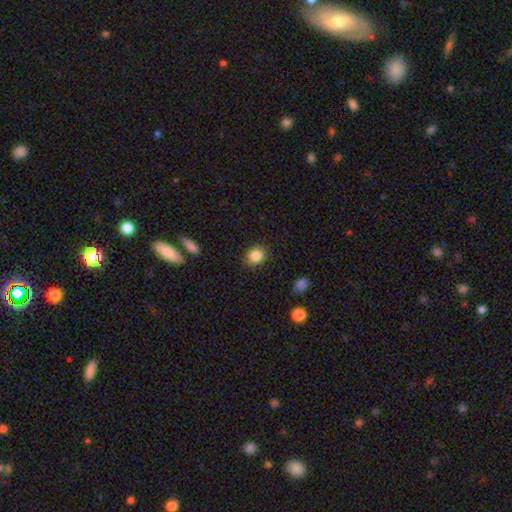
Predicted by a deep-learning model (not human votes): Smooth or featured?
  - smooth: 85% *
  - star or artifact: 10%
  - featured or disk: 5%
How rounded?
  - round: 74% *
  - in between: 25%
  - cigar-shaped: 1%
Merging?
  - none: 89% *
  - minor disturbance: 8%
  - major disturbance: 2%
  - merger: 1%